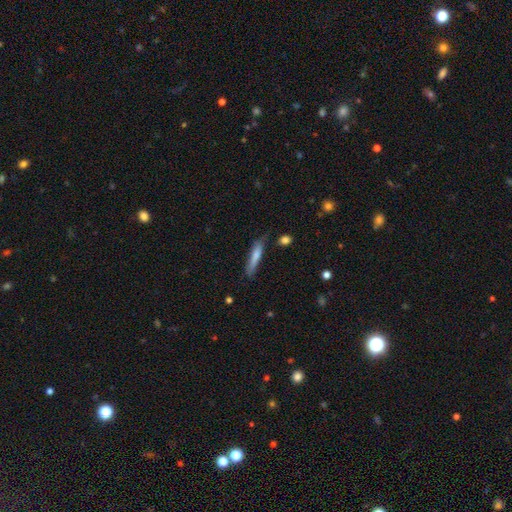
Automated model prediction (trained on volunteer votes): Smooth or featured? smooth (70%)
How rounded? cigar-shaped (88%)
Merging? none (64%)